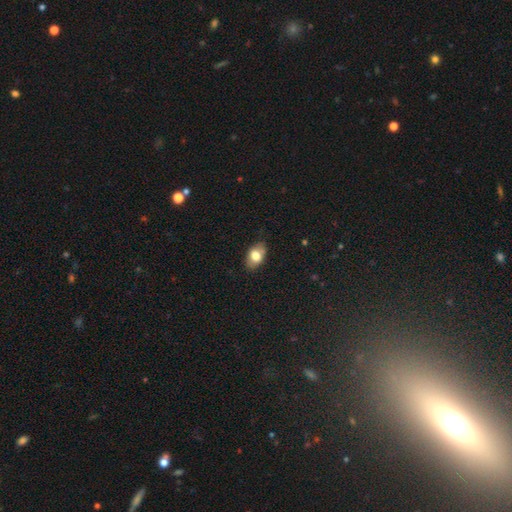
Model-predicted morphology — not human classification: smooth-or-featured: smooth: 76% | featured or disk: 17% | star or artifact: 8%
  how-rounded: in between: 88% | round: 11% | cigar-shaped: 2%
  merging: none: 82% | minor disturbance: 14% | major disturbance: 3% | merger: 1%